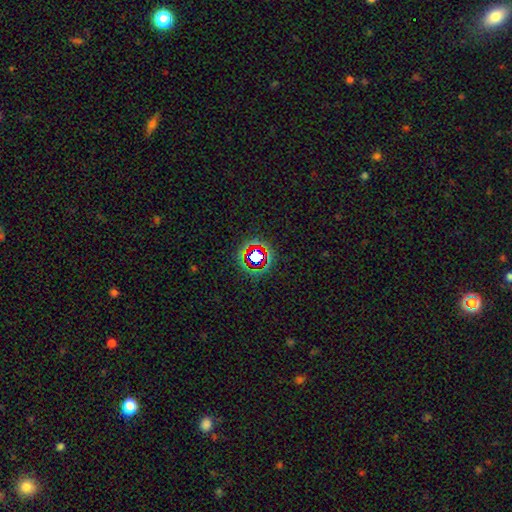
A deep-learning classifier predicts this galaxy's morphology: A star or artifact, not a galaxy (65%).